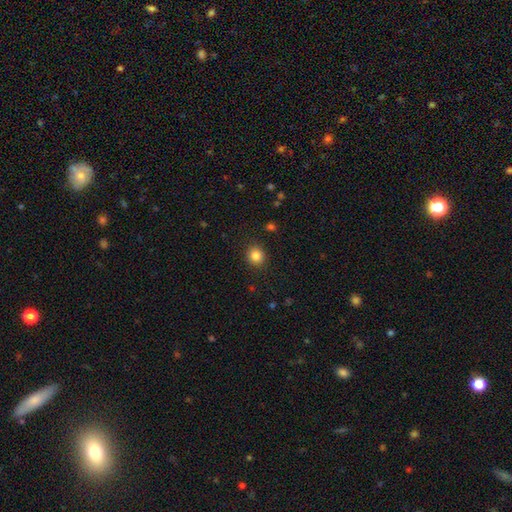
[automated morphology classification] A smooth galaxy with no disk features (85%) that is round (84%). Merging: none (90%).